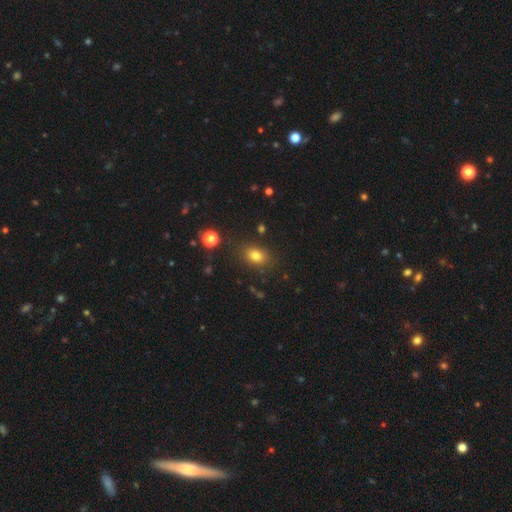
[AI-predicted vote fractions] Morphology: type=smooth (79%); roundness=in between (68%); merging=none (82%).